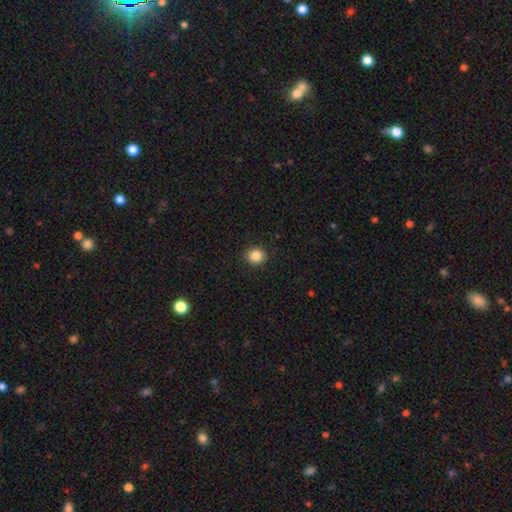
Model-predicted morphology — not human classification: Smooth or featured? smooth (86%)
How rounded? round (86%)
Merging? none (91%)